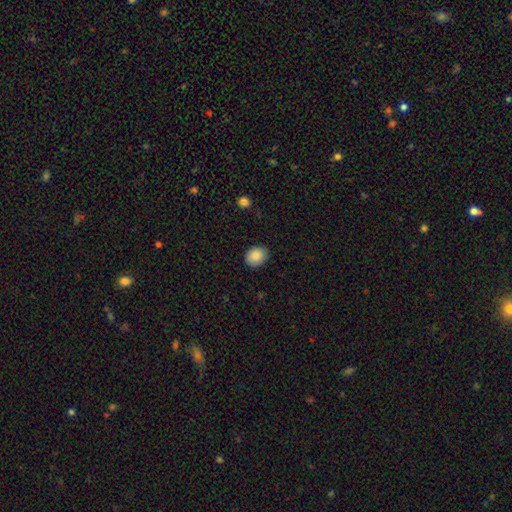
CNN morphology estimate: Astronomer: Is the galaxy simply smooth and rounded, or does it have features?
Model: smooth — 88%.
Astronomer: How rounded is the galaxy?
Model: round — 50%, tied with in between at 50%.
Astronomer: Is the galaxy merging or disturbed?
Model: none — 85%.